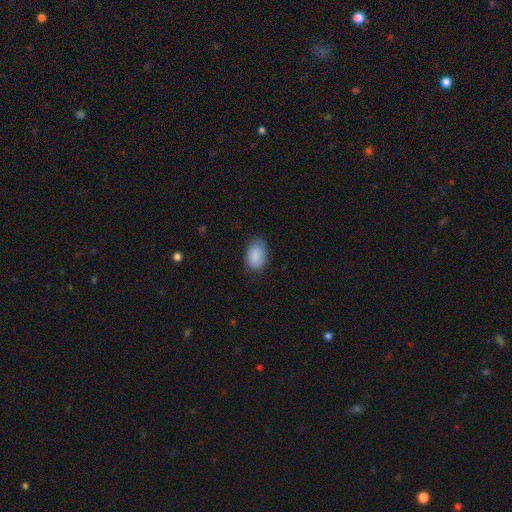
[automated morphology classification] Q: Smooth or featured?
A: smooth (86%); runner-up: featured or disk (7%)
Q: How rounded?
A: in between (90%); runner-up: round (9%)
Q: Merging?
A: none (76%); runner-up: minor disturbance (19%)